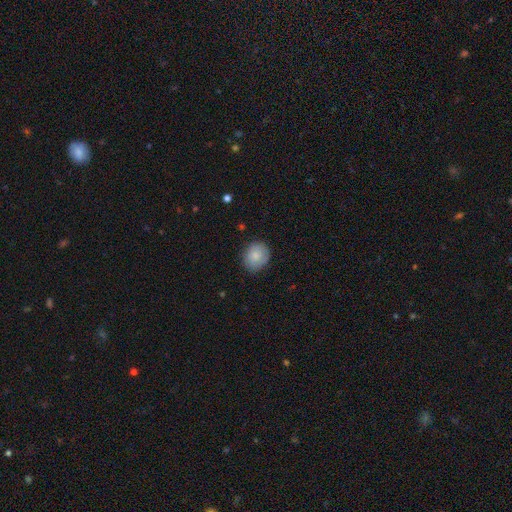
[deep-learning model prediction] This is clearly a smooth galaxy (82%). How rounded: likely round (66%). Merging: likely none (80%).